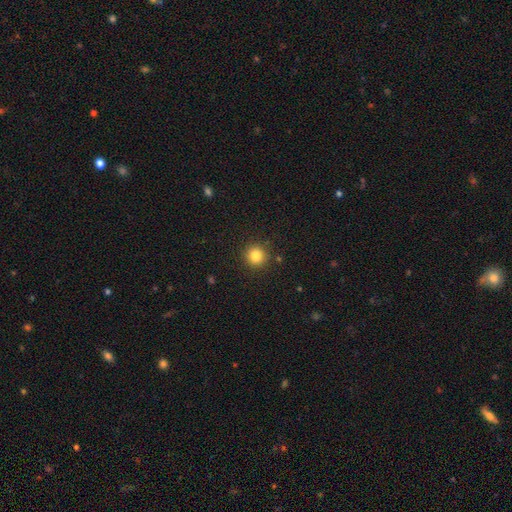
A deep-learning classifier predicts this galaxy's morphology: A smooth galaxy with no disk features (83%) that is round (94%).

Vote fractions:
- Smooth or featured? smooth: 83% / star or artifact: 12% / featured or disk: 5%
- How rounded? round: 94% / in between: 5% / cigar-shaped: 1%
- Merging? none: 90% / minor disturbance: 6% / major disturbance: 2% / merger: 1%